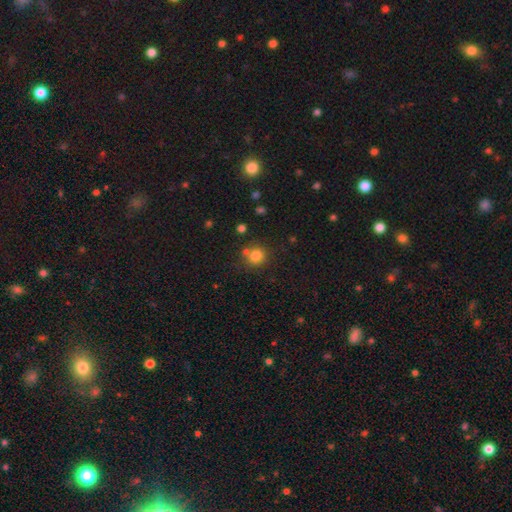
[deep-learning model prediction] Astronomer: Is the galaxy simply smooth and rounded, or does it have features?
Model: smooth — 80%.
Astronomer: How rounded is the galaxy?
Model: round — 90%.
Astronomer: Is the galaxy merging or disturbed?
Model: none — 73%.